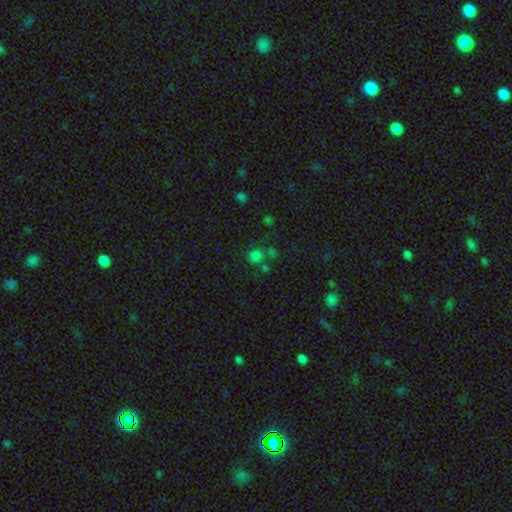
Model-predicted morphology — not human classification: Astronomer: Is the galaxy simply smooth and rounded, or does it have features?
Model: smooth — 71%.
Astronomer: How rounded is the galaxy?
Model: round — 88%.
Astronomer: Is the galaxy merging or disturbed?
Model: none — 66%.